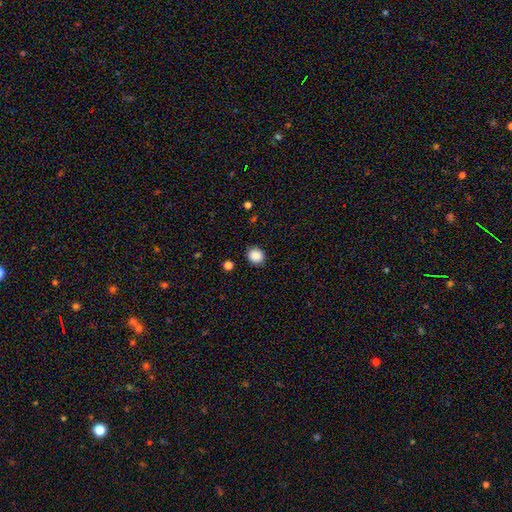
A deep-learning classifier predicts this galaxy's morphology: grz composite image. It shows a smooth galaxy with no disk features (88%) that is round (69%). Merging: none (87%).